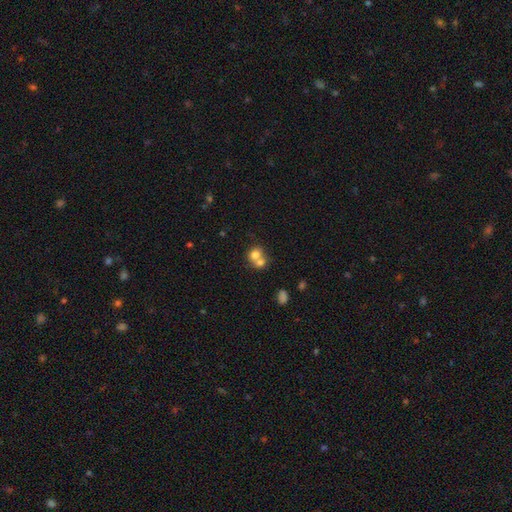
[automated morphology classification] A smooth galaxy with no disk features (72%) that is round (72%). Merging: merger (64%).